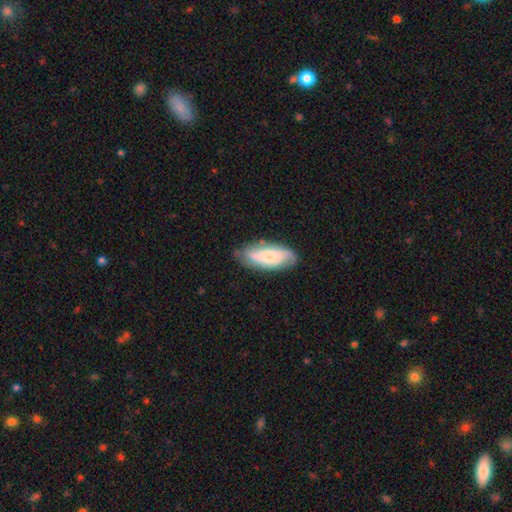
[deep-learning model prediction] Smooth or featured? featured or disk (47%)
Merging? none (73%)